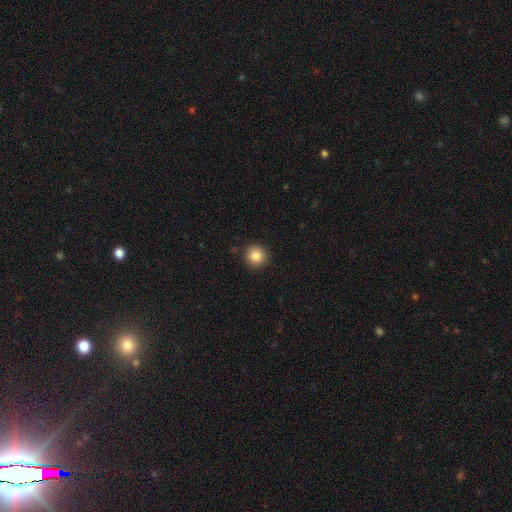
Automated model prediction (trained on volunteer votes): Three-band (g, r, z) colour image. It shows a smooth galaxy with no disk features (85%) that is round (94%). Merging: none (91%).